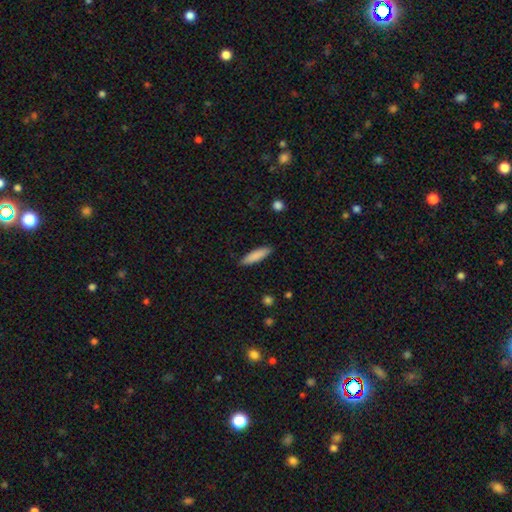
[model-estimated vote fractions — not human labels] Overall: smooth (85%). How rounded: cigar-shaped (70%). Merging: none (89%).